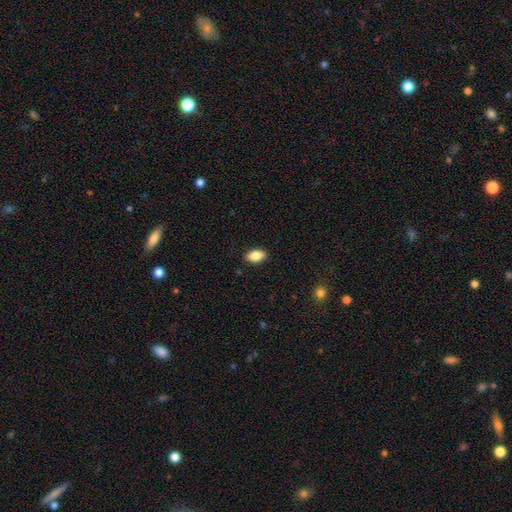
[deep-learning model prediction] Morphology: type=smooth (86%); roundness=in between (91%); merging=none (88%).